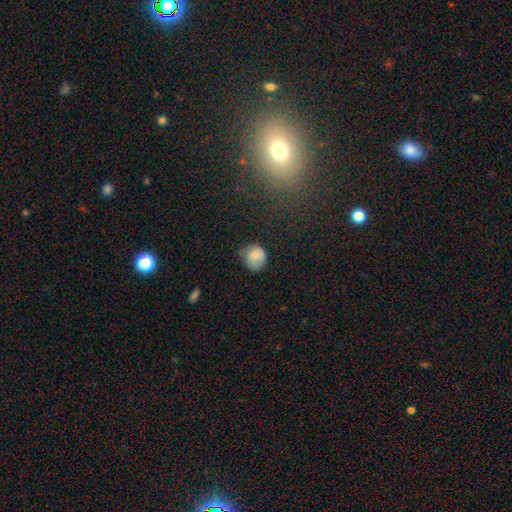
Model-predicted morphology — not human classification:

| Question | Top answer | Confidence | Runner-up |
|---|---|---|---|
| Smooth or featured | smooth | 83% | featured or disk (9%) |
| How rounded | round | 80% | in between (19%) |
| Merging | none | 57% | minor disturbance (34%) |